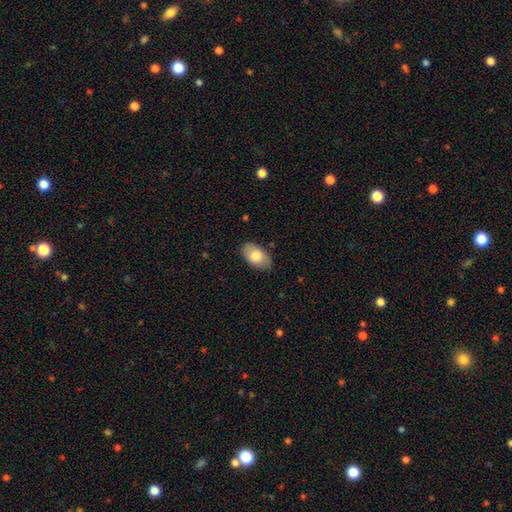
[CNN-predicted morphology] smooth 78%, featured or disk 15%, star or artifact 6%. Down the decision tree: how rounded — in between (94%); merging — none (85%).